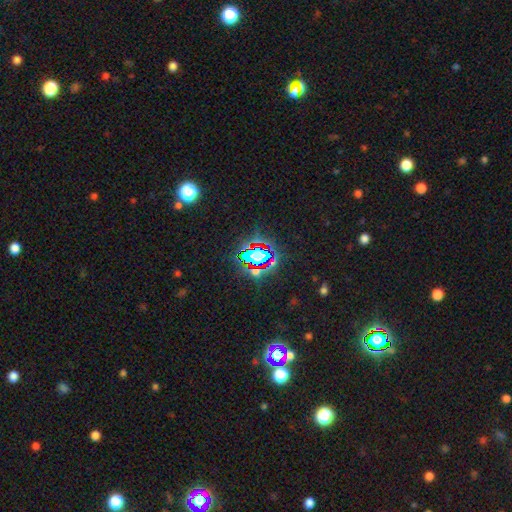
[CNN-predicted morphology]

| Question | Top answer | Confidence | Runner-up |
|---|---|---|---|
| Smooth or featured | star or artifact | 70% | smooth (18%) |